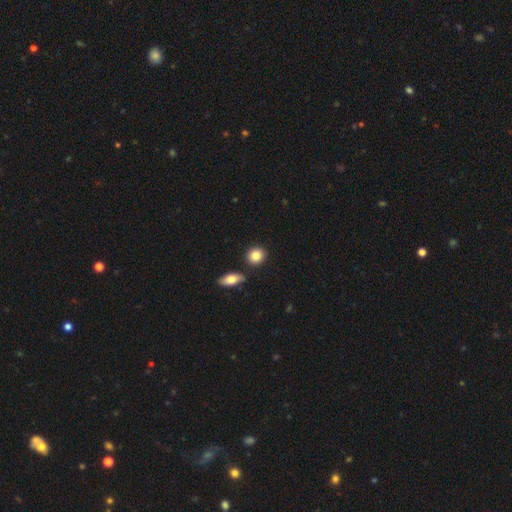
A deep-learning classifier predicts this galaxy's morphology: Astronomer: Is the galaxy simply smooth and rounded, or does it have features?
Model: smooth — 85%.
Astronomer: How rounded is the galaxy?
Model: round — 75%.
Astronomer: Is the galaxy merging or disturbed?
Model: none — 84%.